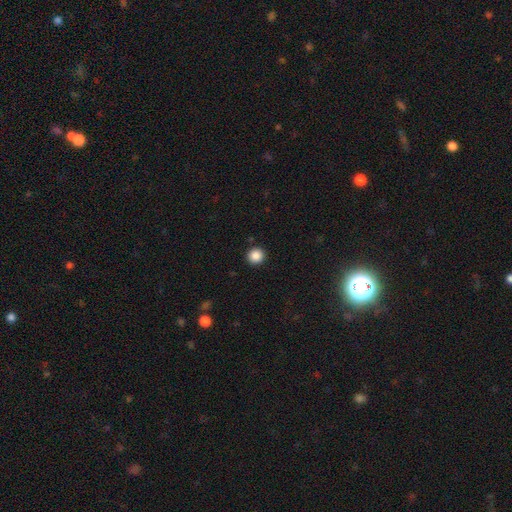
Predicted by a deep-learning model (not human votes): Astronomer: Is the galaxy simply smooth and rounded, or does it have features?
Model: smooth — 87%.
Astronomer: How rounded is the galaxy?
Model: round — 94%.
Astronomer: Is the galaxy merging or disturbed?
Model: none — 92%.